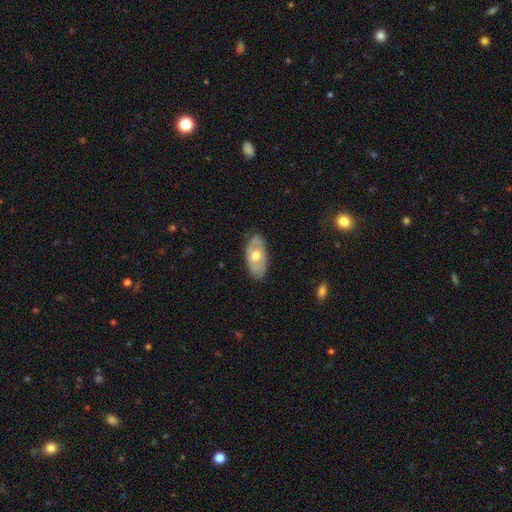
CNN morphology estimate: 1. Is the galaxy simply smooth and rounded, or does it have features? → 52% featured or disk, 43% smooth, 6% star or artifact.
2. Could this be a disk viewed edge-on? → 85% no, 15% yes.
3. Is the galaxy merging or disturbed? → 78% none, 18% minor disturbance, 3% major disturbance, 1% merger.